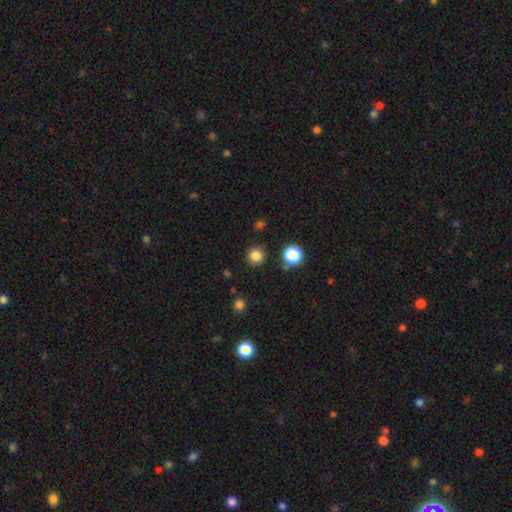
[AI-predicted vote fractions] Overall: smooth (83%). How rounded: round (94%). Merging: none (89%).